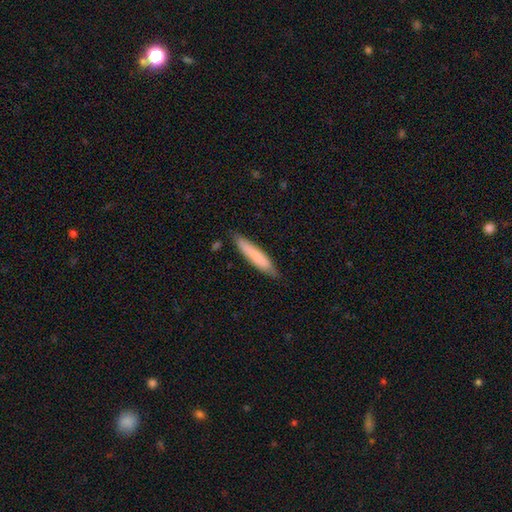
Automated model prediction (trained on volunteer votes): Q: Smooth or featured?
A: smooth (78%); runner-up: featured or disk (17%)
Q: How rounded?
A: cigar-shaped (89%); runner-up: in between (10%)
Q: Merging?
A: none (83%); runner-up: minor disturbance (13%)